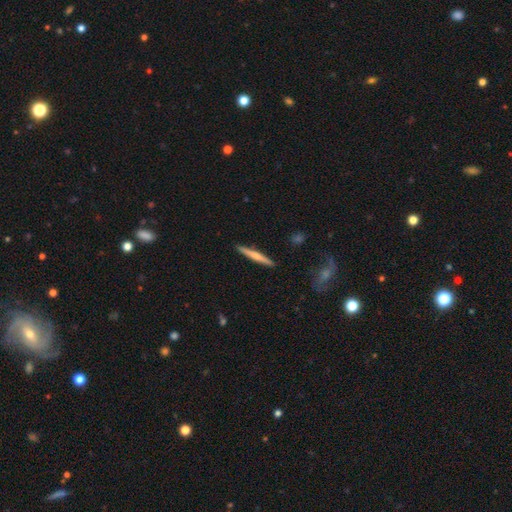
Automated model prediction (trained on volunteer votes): Smooth or featured? smooth (48%)
Merging? none (92%)